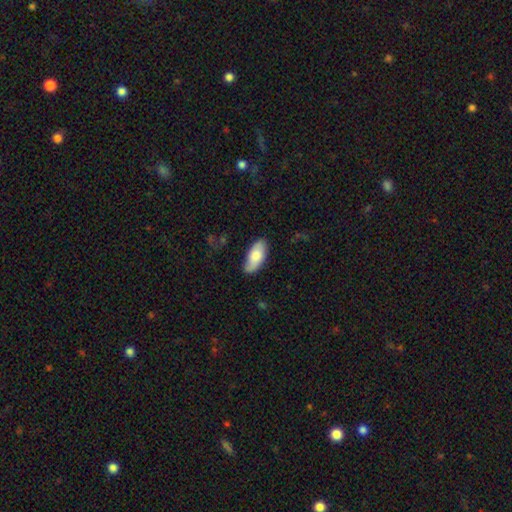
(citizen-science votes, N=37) Morphology: type=smooth (68%); roundness=in between (88%); merging=none (57%).